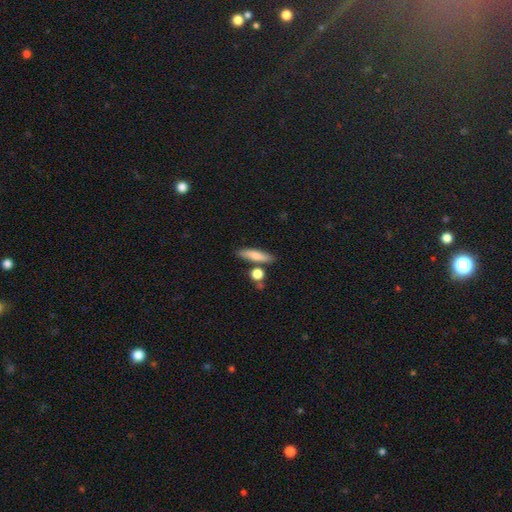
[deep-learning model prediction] This is likely a smooth galaxy (76%). How rounded: likely cigar-shaped (66%). Merging: likely none (76%).